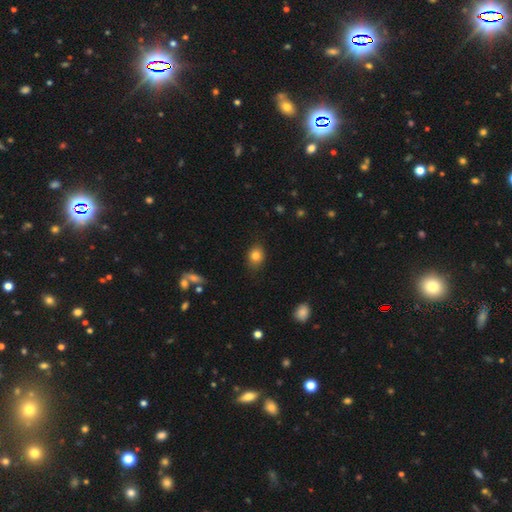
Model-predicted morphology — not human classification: type=smooth (82%); roundness=in between (50%); merging=none (83%).